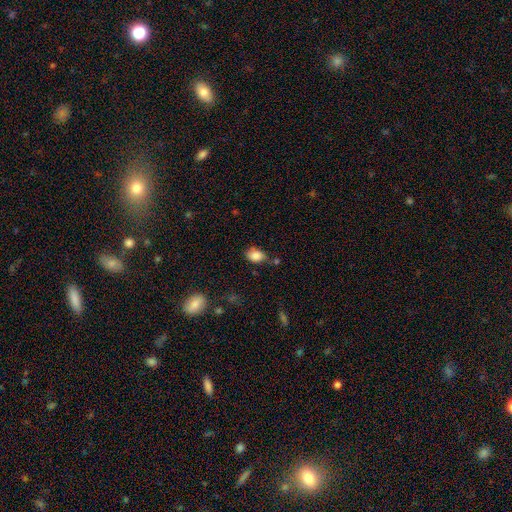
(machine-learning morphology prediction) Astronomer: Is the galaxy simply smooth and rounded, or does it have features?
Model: smooth — 85%.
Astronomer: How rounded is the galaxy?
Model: in between — 80%.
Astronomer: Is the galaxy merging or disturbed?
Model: none — 59%.